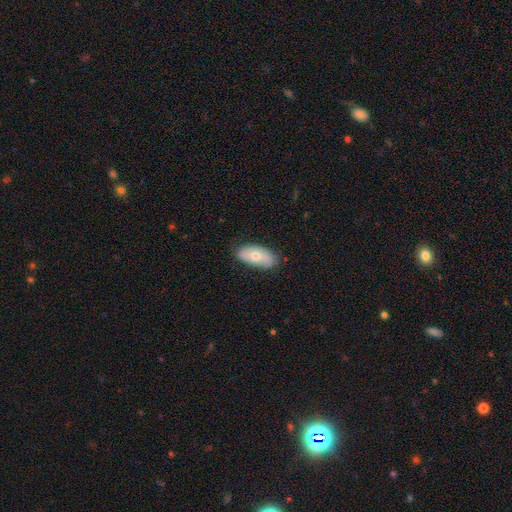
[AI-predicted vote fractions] Smooth or featured? smooth (61%)
How rounded? in between (89%)
Merging? none (83%)